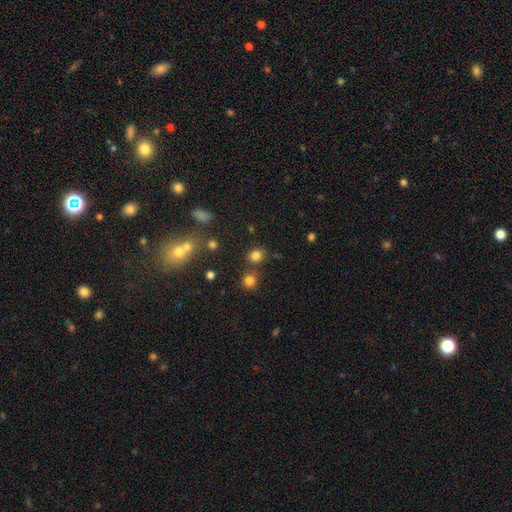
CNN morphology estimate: smooth_or_featured: smooth (p=0.79) [alt: star or artifact p=0.16]
how_rounded: round (p=0.72) [alt: in between p=0.27]
merging: none (p=0.73) [alt: merger p=0.14]